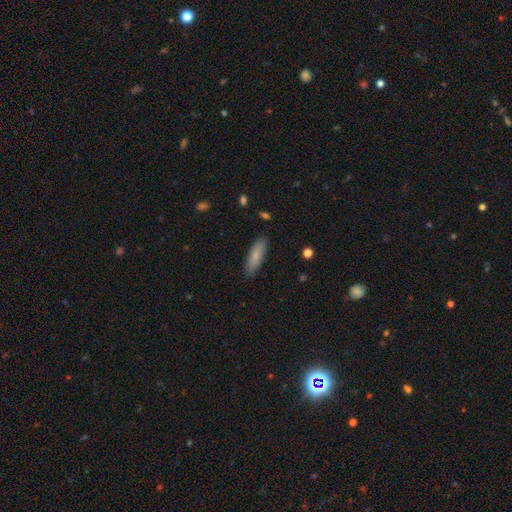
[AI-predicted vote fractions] The model was most divided on "how rounded": cigar-shaped: 51%, in between: 47%, round: 2%. More confident: merging — none (87%); smooth or featured — smooth (81%).